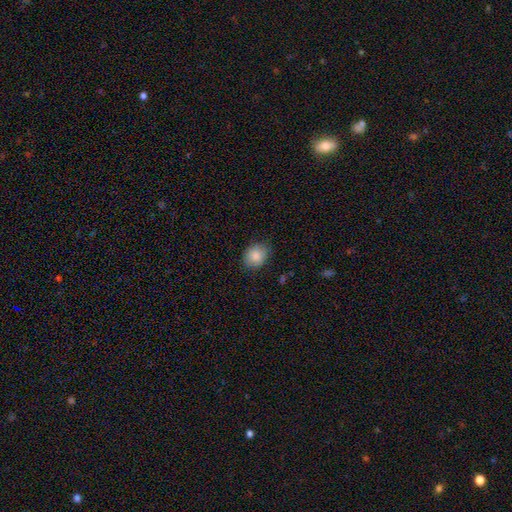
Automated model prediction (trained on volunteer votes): Smooth or featured? Predicted: smooth (p=0.87). How rounded? Predicted: in between (p=0.51). Merging? Predicted: none (p=0.80).